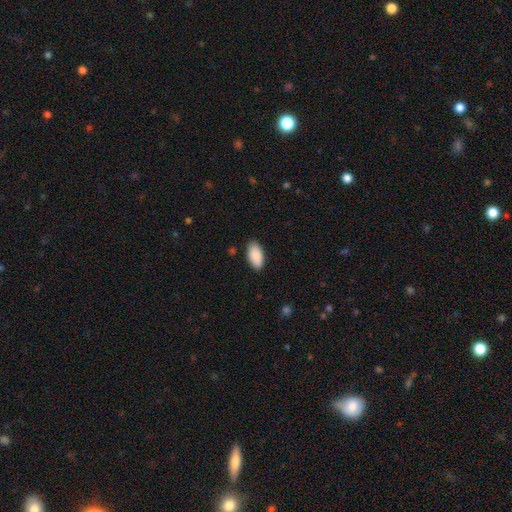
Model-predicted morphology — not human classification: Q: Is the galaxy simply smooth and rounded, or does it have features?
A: smooth — 89%.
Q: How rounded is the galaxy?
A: in between — 95%.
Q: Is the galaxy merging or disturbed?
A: none — 87%.